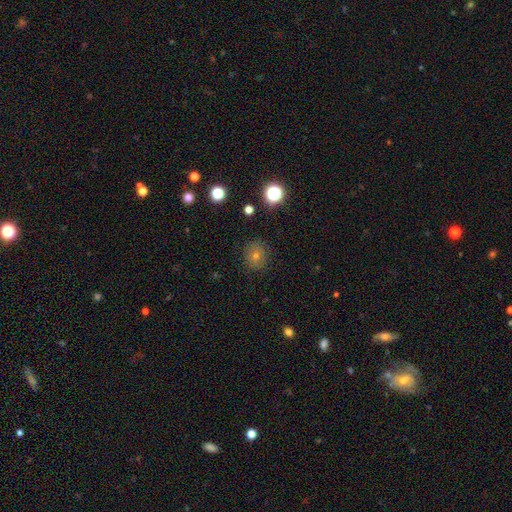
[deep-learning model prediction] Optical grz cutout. It shows a smooth galaxy with no disk features (64%) that is round (84%). Merging: none (87%).